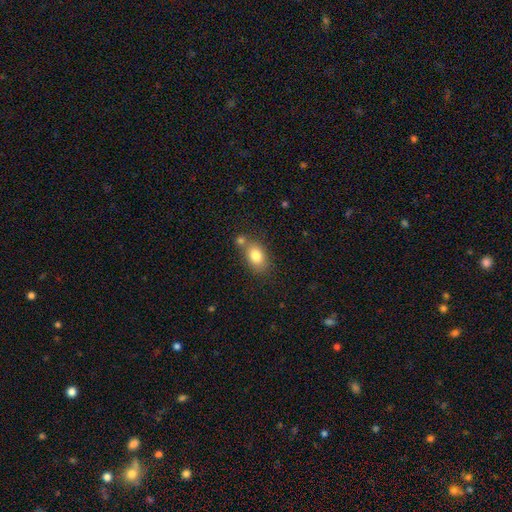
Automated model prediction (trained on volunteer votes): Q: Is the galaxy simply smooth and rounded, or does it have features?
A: smooth — 80%.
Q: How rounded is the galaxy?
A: in between — 79%.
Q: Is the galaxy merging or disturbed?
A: none — 58%.